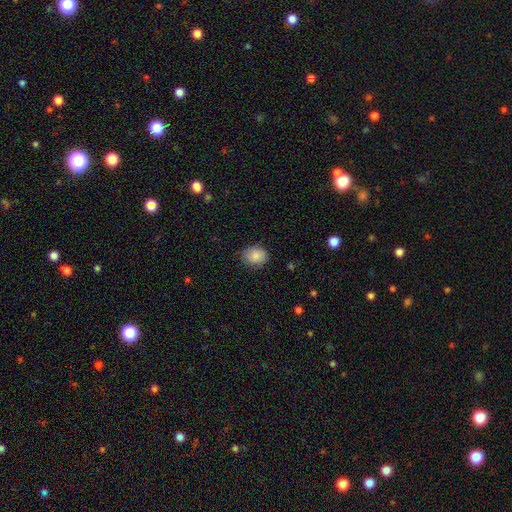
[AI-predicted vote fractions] Smooth or featured? Predicted: smooth (p=0.86). How rounded? Predicted: round (p=0.62). Merging? Predicted: none (p=0.81).